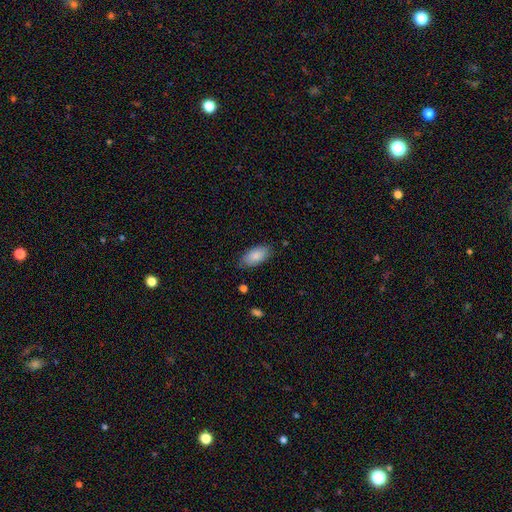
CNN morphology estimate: Overall: smooth (85%). How rounded: in between (93%). Merging: none (81%).